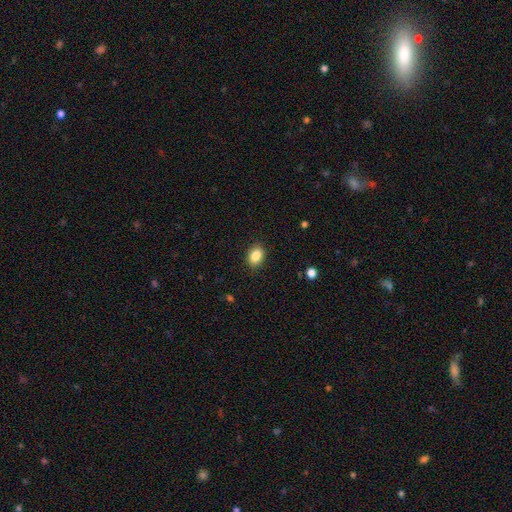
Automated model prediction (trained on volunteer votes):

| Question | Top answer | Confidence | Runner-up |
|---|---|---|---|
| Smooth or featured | smooth | 86% | star or artifact (9%) |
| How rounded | in between | 74% | round (25%) |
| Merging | none | 89% | minor disturbance (8%) |